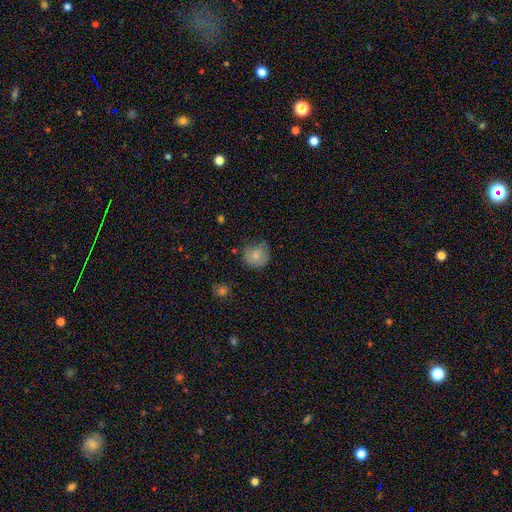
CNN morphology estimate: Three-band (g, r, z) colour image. It shows a smooth galaxy with no disk features (76%) that is round (85%). Merging: none (59%).